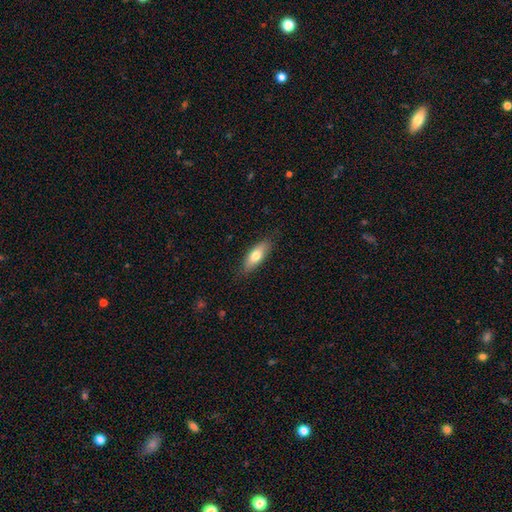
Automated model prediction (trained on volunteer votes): smooth 71%, featured or disk 23%, star or artifact 6%. Down the decision tree: how rounded — in between (71%); merging — none (83%).